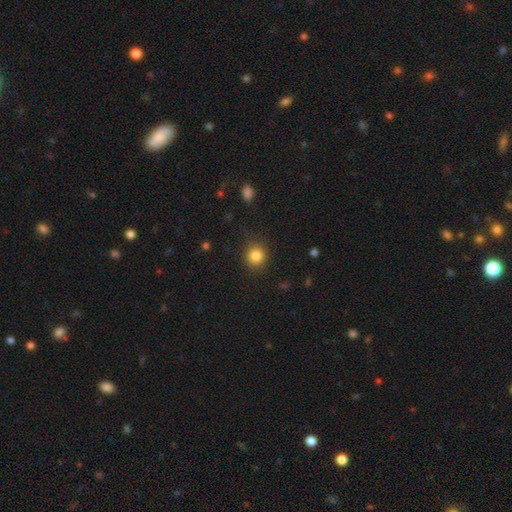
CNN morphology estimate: smooth-or-featured: smooth: 84% | star or artifact: 11% | featured or disk: 5%
  how-rounded: round: 89% | in between: 10% | cigar-shaped: 1%
  merging: none: 86% | minor disturbance: 10% | major disturbance: 3% | merger: 1%